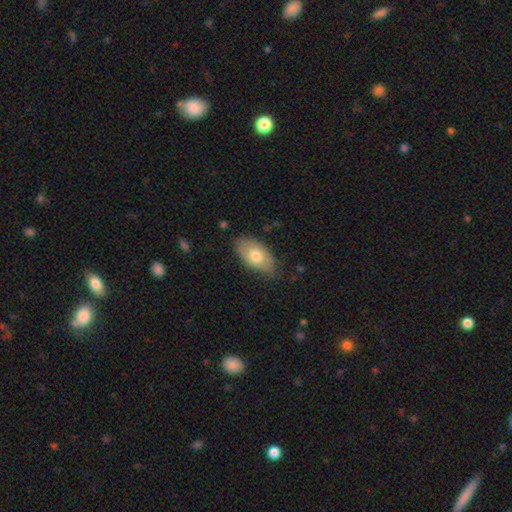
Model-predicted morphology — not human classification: The model was most divided on "smooth or featured": smooth: 71%, featured or disk: 23%, star or artifact: 6%. More confident: how rounded — in between (94%); merging — none (75%).